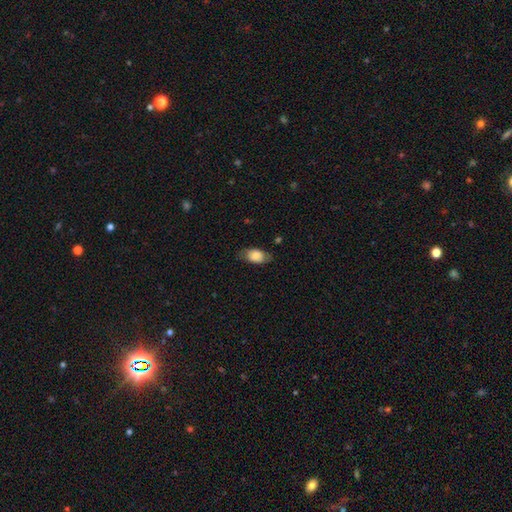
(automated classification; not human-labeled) Smooth or featured? smooth (75%)
How rounded? in between (89%)
Merging? none (70%)